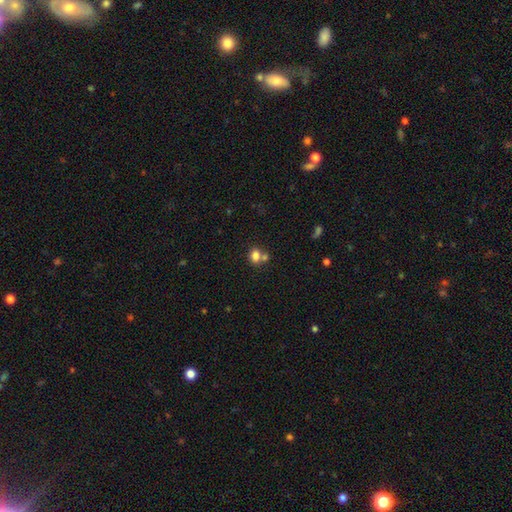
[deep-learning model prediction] Smooth or featured?
  - smooth: 80% *
  - star or artifact: 11%
  - featured or disk: 9%
How rounded?
  - in between: 51% *
  - round: 48%
  - cigar-shaped: 1%
Merging?
  - none: 47% *
  - merger: 39%
  - minor disturbance: 10%
  - major disturbance: 4%